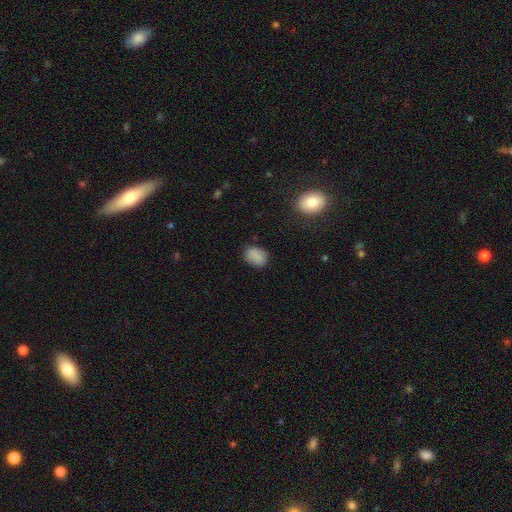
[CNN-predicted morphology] Q: Smooth or featured?
A: smooth (85%); runner-up: star or artifact (10%)
Q: How rounded?
A: in between (69%); runner-up: round (30%)
Q: Merging?
A: none (78%); runner-up: minor disturbance (16%)